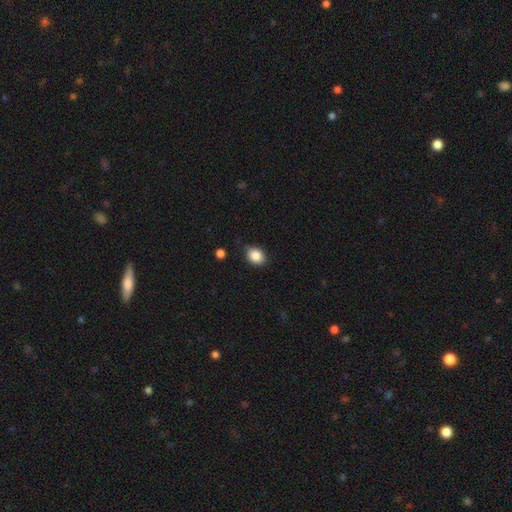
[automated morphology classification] smooth-or-featured: smooth: 86% | star or artifact: 9% | featured or disk: 5%
  how-rounded: in between: 55% | round: 44% | cigar-shaped: 1%
  merging: none: 80% | minor disturbance: 15% | major disturbance: 3% | merger: 2%